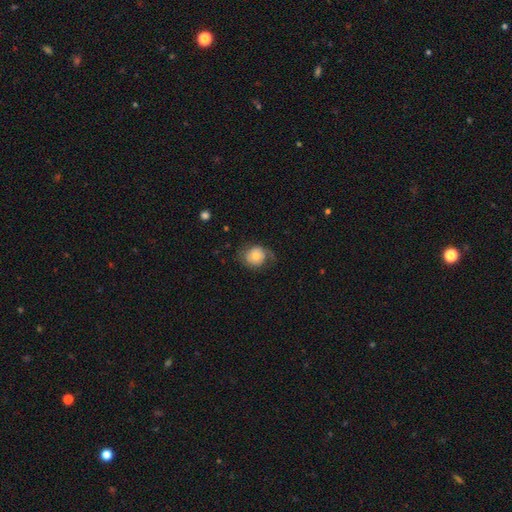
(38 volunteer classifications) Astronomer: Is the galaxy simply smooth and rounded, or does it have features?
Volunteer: smooth — 68%.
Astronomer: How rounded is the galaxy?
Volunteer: round — 73%.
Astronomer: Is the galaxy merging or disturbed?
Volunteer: none — 60%.